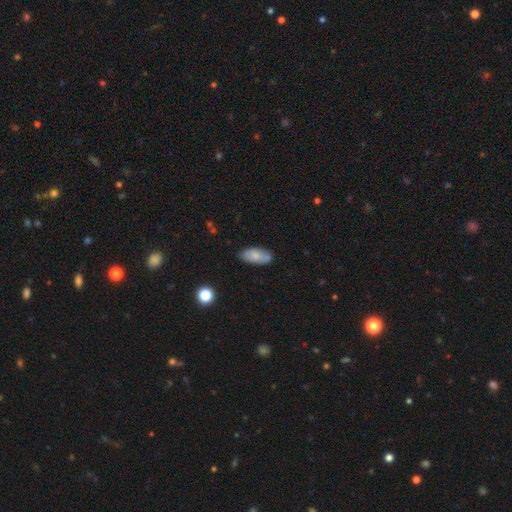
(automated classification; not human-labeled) Smooth or featured: smooth — 76% (featured or disk — 17%)
How rounded: in between — 90% (cigar-shaped — 8%)
Merging: none — 73% (minor disturbance — 19%)